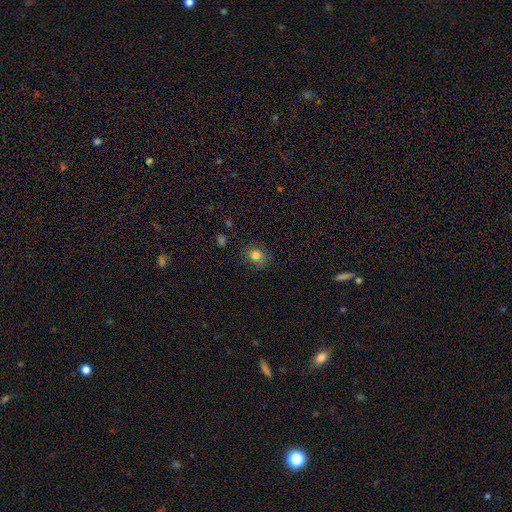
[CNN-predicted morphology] smooth-or-featured: smooth: 75% | star or artifact: 17% | featured or disk: 8%
  how-rounded: round: 68% | in between: 31% | cigar-shaped: 1%
  merging: none: 80% | minor disturbance: 13% | major disturbance: 4% | merger: 2%